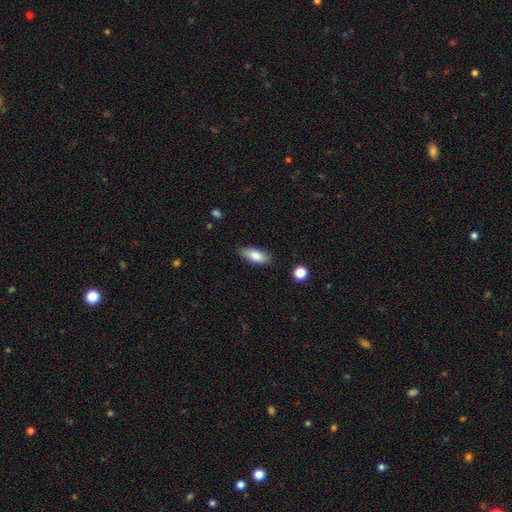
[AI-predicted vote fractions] smooth_or_featured: smooth (p=0.79) [alt: featured or disk p=0.14]
how_rounded: in between (p=0.80) [alt: cigar-shaped p=0.17]
merging: none (p=0.85) [alt: minor disturbance p=0.11]